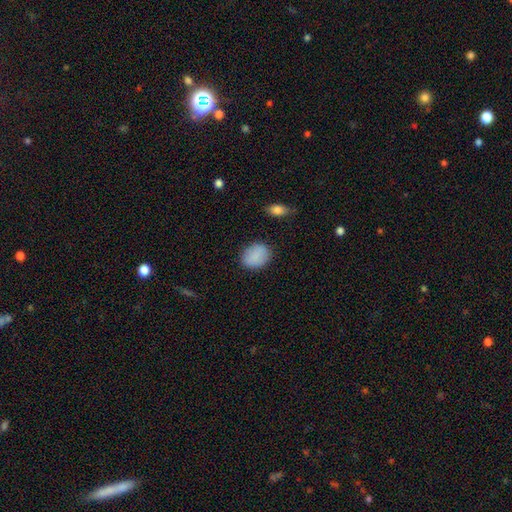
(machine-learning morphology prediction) Overall: smooth (87%). How rounded: in between (52%; round 46%). Merging: none (84%).